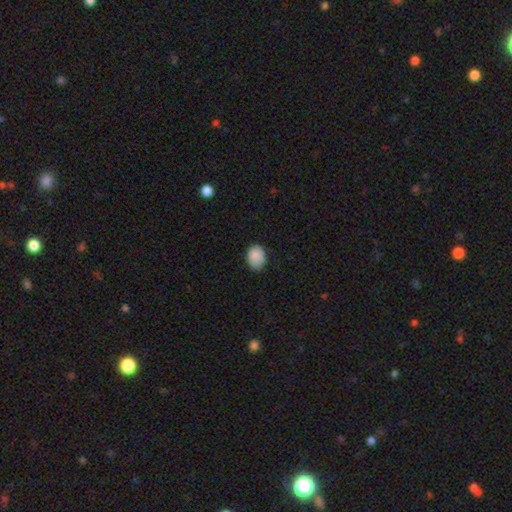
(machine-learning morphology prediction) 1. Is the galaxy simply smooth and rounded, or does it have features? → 88% smooth, 8% star or artifact, 5% featured or disk.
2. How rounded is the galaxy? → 68% in between, 31% round, 1% cigar-shaped.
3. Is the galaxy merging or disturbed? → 73% none, 22% minor disturbance, 3% major disturbance, 1% merger.